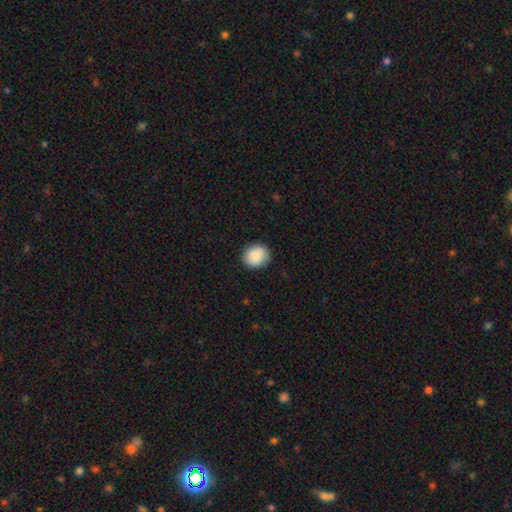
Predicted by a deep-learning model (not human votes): Smooth or featured?
  - smooth: 89% *
  - star or artifact: 7%
  - featured or disk: 4%
How rounded?
  - round: 77% *
  - in between: 23%
  - cigar-shaped: 1%
Merging?
  - none: 89% *
  - minor disturbance: 8%
  - major disturbance: 2%
  - merger: 1%